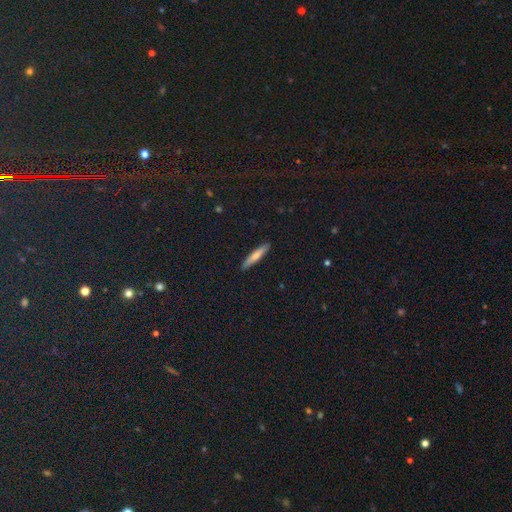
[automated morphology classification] smooth 67%, featured or disk 26%, star or artifact 7%. Down the decision tree: how rounded — cigar-shaped (90%); merging — none (91%).